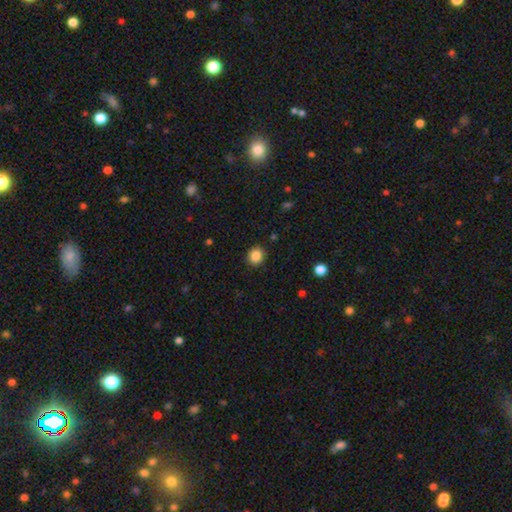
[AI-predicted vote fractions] A smooth galaxy with no disk features (87%) that is round (75%).

Vote fractions:
- Smooth or featured? smooth: 87% / star or artifact: 10% / featured or disk: 3%
- How rounded? round: 75% / in between: 24% / cigar-shaped: 1%
- Merging? none: 89% / minor disturbance: 8% / major disturbance: 2% / merger: 1%